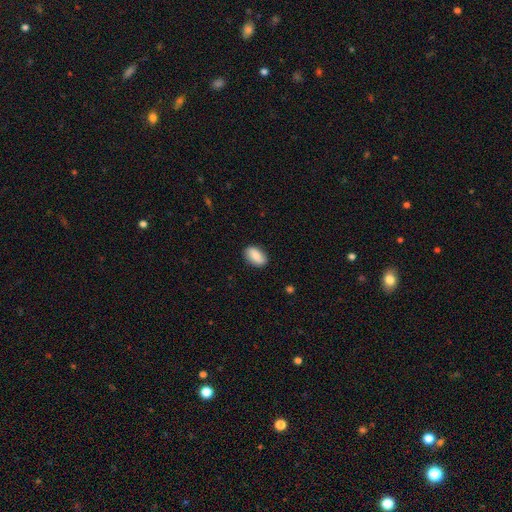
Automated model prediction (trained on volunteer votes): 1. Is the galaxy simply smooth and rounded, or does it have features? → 79% smooth, 14% featured or disk, 7% star or artifact.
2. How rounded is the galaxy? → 91% in between, 7% round, 2% cigar-shaped.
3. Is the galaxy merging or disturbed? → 86% none, 11% minor disturbance, 2% major disturbance, 1% merger.